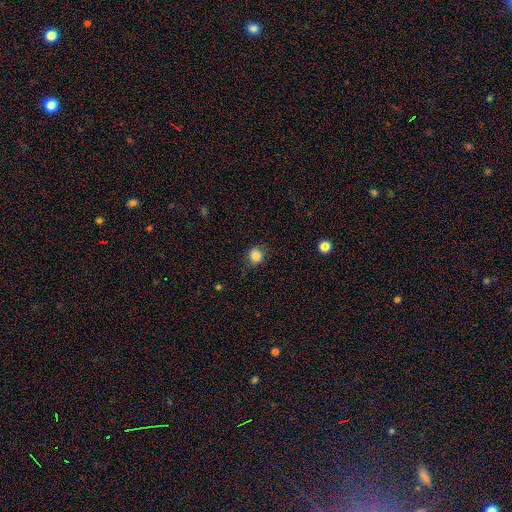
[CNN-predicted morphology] Smooth or featured? Predicted: smooth (p=0.84). How rounded? Predicted: round (p=0.80). Merging? Predicted: none (p=0.79).